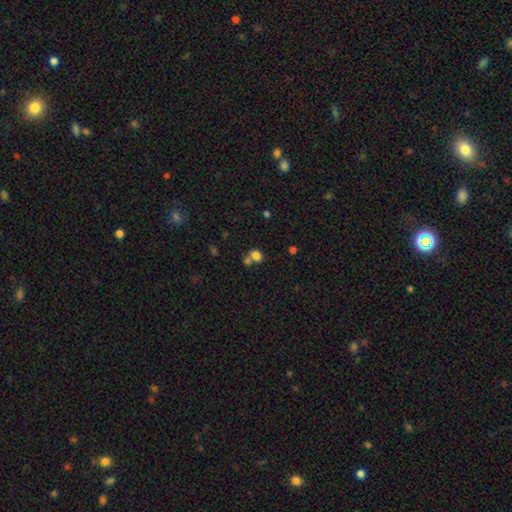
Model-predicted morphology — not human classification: Smooth or featured? smooth (80%)
How rounded? round (60%)
Merging? none (48%)